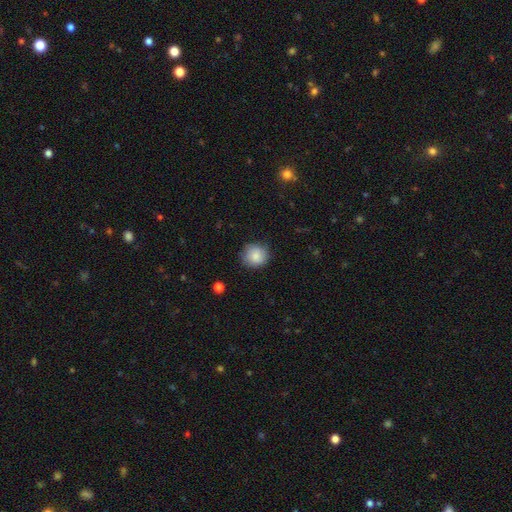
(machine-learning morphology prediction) This appears to be a smooth galaxy with no disk features (85%) that is round (89%). Merging: none (79%).